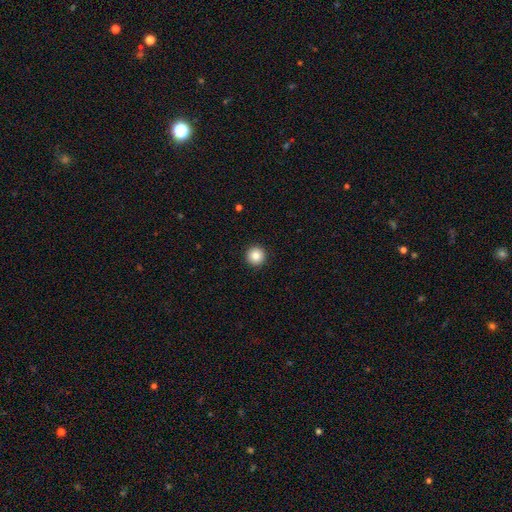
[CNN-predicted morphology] Smooth or featured? smooth (86%)
How rounded? round (96%)
Merging? none (93%)